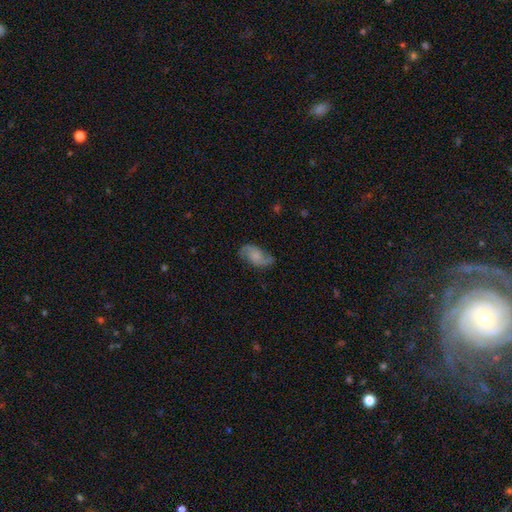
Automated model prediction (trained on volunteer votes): Morphology: type=featured or disk (62%); edge-on=no (95%); bar=no (64%); spiral arms=yes (92%); winding=loose (51%); arm count=2 (90%); bulge=none (38%); merging=none (73%).